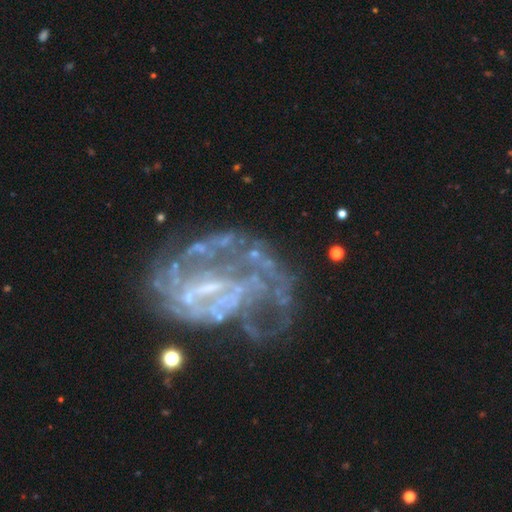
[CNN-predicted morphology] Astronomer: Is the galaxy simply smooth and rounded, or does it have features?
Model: featured or disk — 82%.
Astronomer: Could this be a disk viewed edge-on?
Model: no — 97%.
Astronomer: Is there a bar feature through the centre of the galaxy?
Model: weak — 41% (runner-up: no, 31%).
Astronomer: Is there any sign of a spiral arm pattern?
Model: yes — 73%.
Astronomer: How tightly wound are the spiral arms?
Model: medium — 39% (runner-up: tight, 36%).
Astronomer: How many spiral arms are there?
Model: can't tell — 45%.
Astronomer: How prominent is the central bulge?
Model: none — 42% (runner-up: small, 35%).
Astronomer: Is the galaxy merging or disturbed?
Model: none — 39% (runner-up: major disturbance, 36%).